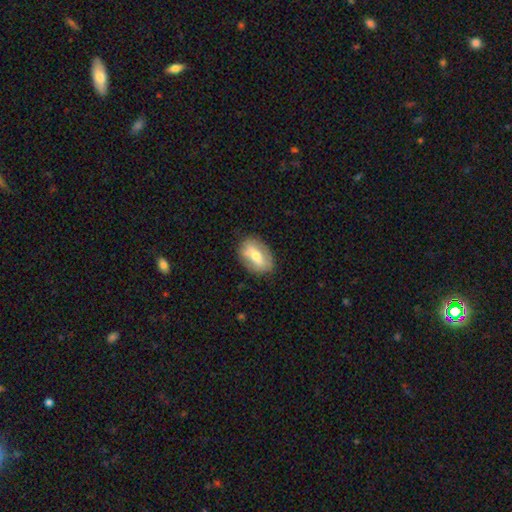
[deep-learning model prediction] Morphology: type=smooth (52%); roundness=in between (85%); merging=none (78%).